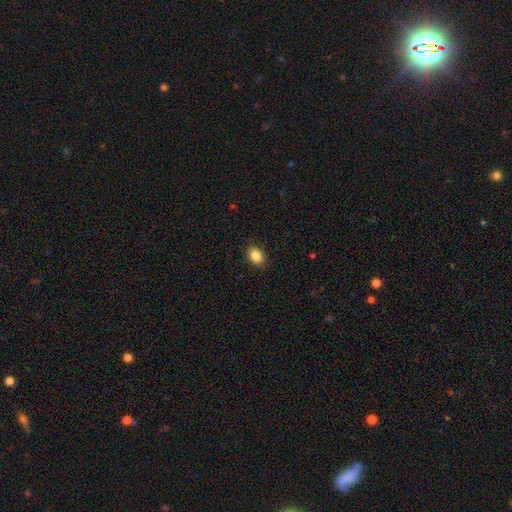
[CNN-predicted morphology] Smooth or featured?
  - smooth: 87% *
  - star or artifact: 9%
  - featured or disk: 4%
How rounded?
  - in between: 77% *
  - round: 22%
  - cigar-shaped: 1%
Merging?
  - none: 89% *
  - minor disturbance: 8%
  - major disturbance: 2%
  - merger: 1%